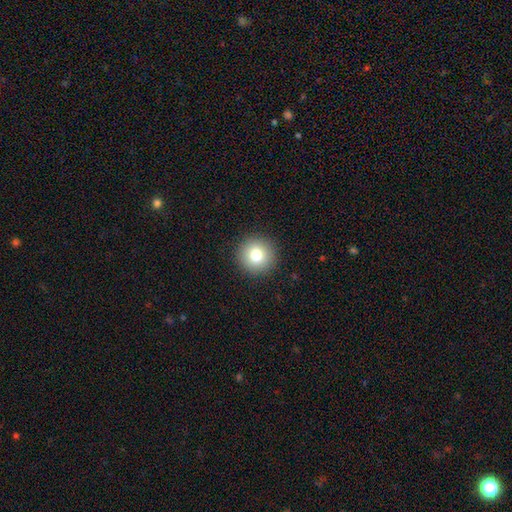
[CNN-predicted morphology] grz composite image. It shows a smooth galaxy with no disk features (80%) that is round (95%). Merging: none (92%).